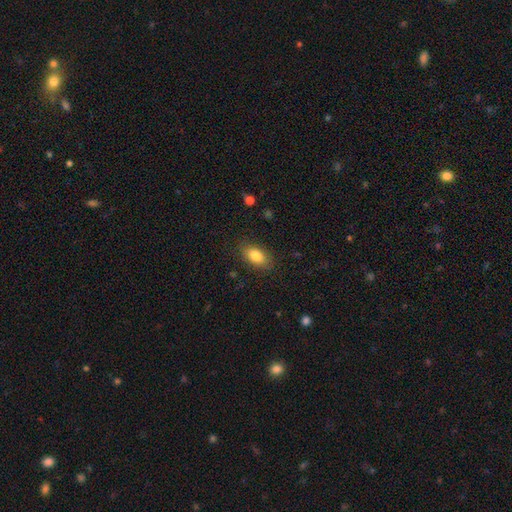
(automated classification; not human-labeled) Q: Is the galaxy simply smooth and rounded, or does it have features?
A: smooth — 84%.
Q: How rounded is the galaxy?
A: in between — 90%.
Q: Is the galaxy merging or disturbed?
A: none — 85%.